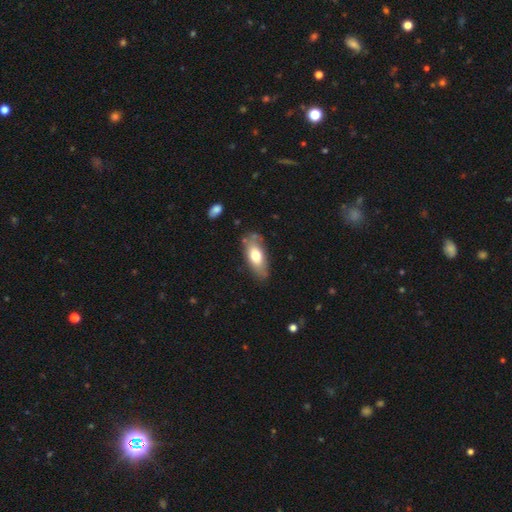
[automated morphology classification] A smooth galaxy with no disk features (67%) that is in between round and cigar-shaped (82%). Merging: none (71%).